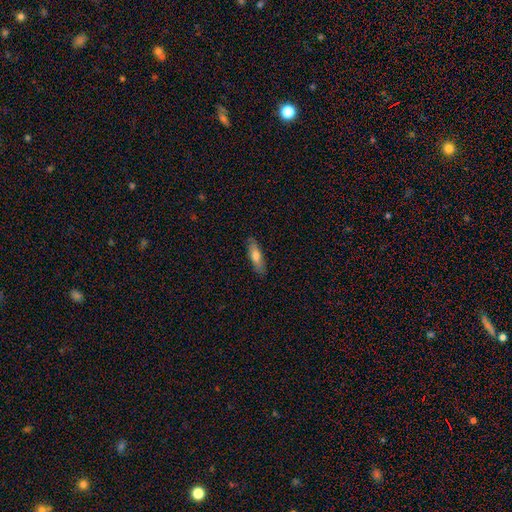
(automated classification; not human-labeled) smooth_or_featured: smooth (p=0.67) [alt: featured or disk p=0.27]
how_rounded: cigar-shaped (p=0.53) [alt: in between p=0.45]
merging: none (p=0.86) [alt: minor disturbance p=0.11]